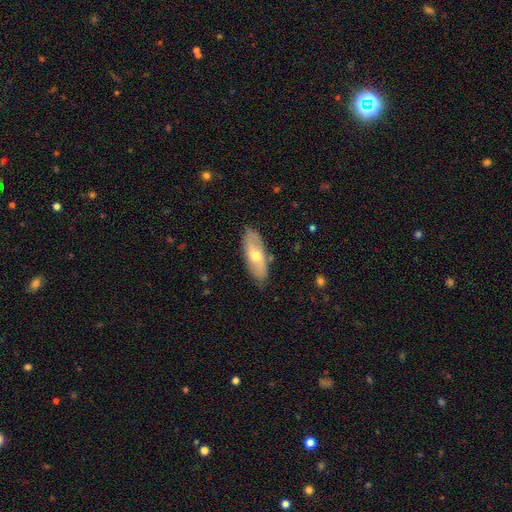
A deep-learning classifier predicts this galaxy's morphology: This appears to be a featured or disk galaxy (51%). Merging: none (83%).